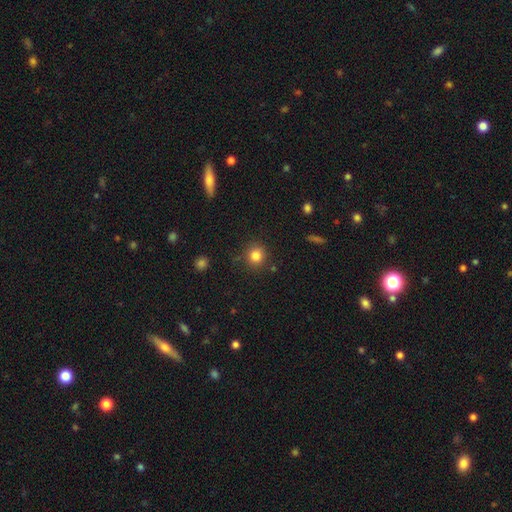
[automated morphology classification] This appears to be a smooth galaxy with no disk features (83%) that is round (89%). Merging: none (85%).